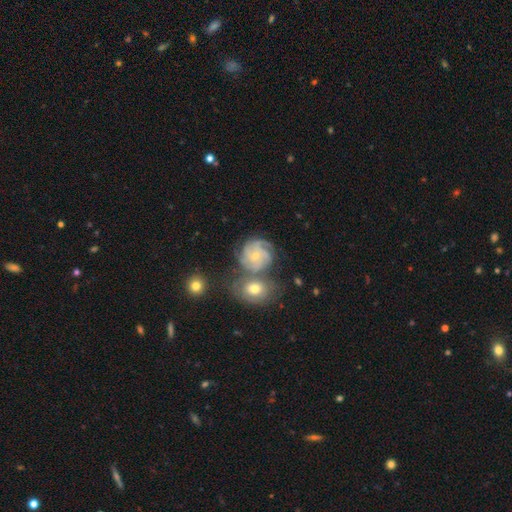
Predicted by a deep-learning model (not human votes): Overall: featured or disk (81%). Edge-on disk: no (98%). Bar: no (73%). Spiral arms: yes (96%). Spiral arm count: 4 (35%; 3 26%). Spiral winding: tight (63%; medium 31%). Bulge size: small (71%). Merging: none (51%; merger 24%).